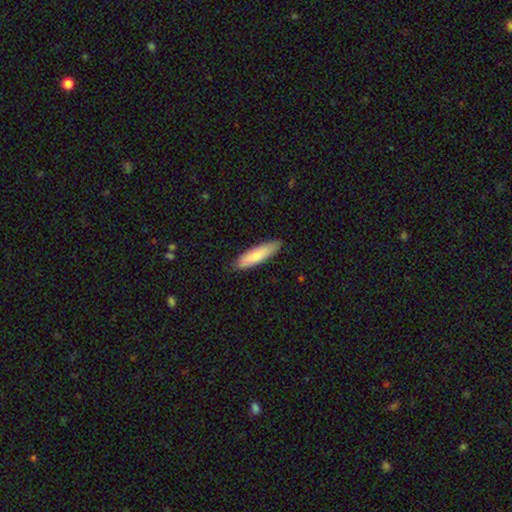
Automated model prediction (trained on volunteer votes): This appears to be a smooth galaxy with no disk features (79%) that is cigar-shaped (69%). Merging: none (87%).